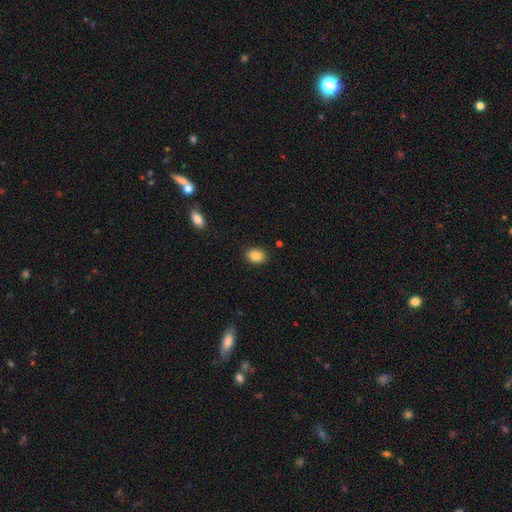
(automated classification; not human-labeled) A smooth galaxy with no disk features (86%) that is in between round and cigar-shaped (67%).

Vote fractions:
- Smooth or featured? smooth: 86% / star or artifact: 8% / featured or disk: 5%
- How rounded? in between: 67% / round: 32% / cigar-shaped: 1%
- Merging? none: 88% / minor disturbance: 8% / major disturbance: 2% / merger: 1%